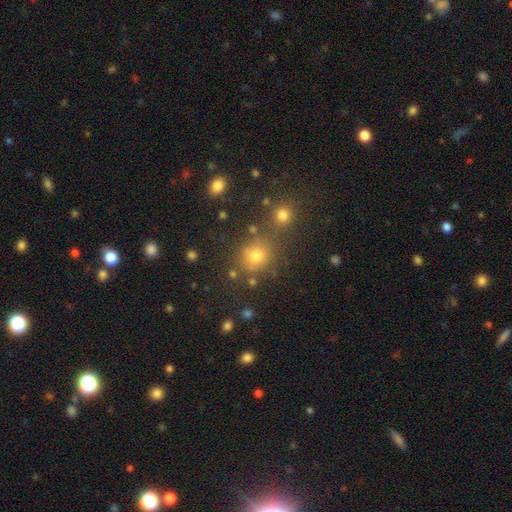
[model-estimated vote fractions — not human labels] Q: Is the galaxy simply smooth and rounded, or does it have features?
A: smooth — 70%.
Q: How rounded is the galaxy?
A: round — 84%.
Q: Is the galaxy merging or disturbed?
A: none — 71%.